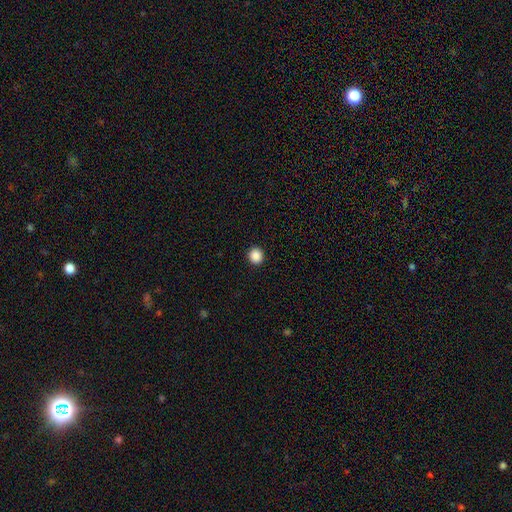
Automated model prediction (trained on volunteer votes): A smooth galaxy with no disk features (89%) that is round (91%).

Vote fractions:
- Smooth or featured? smooth: 89% / star or artifact: 9% / featured or disk: 2%
- How rounded? round: 91% / in between: 8% / cigar-shaped: 1%
- Merging? none: 94% / minor disturbance: 4% / major disturbance: 1% / merger: 1%